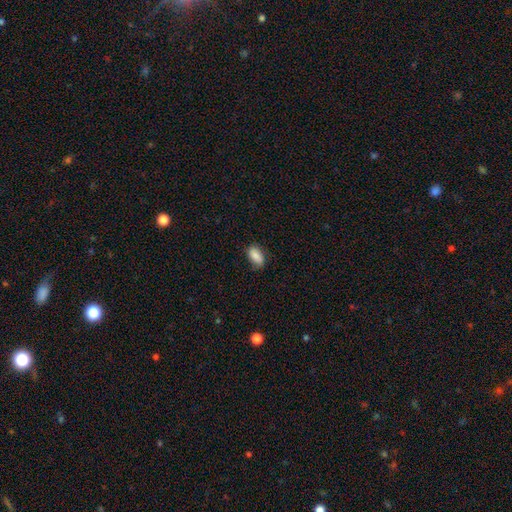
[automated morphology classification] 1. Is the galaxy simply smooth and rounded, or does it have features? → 87% smooth, 7% star or artifact, 6% featured or disk.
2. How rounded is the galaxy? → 91% in between, 5% cigar-shaped, 4% round.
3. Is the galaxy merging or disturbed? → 78% none, 18% minor disturbance, 3% major disturbance, 1% merger.